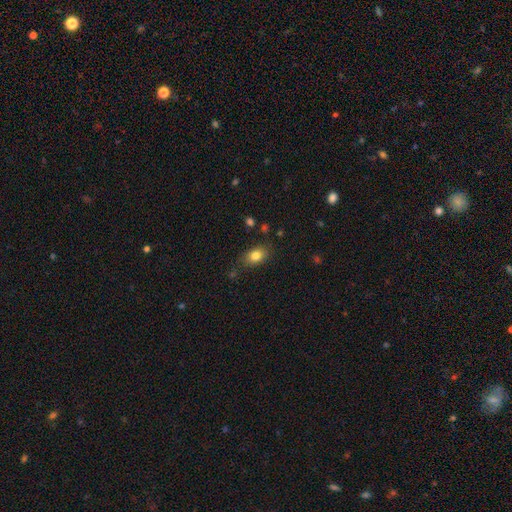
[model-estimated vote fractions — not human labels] Smooth or featured? Predicted: smooth (p=0.81). How rounded? Predicted: in between (p=0.78). Merging? Predicted: none (p=0.78).